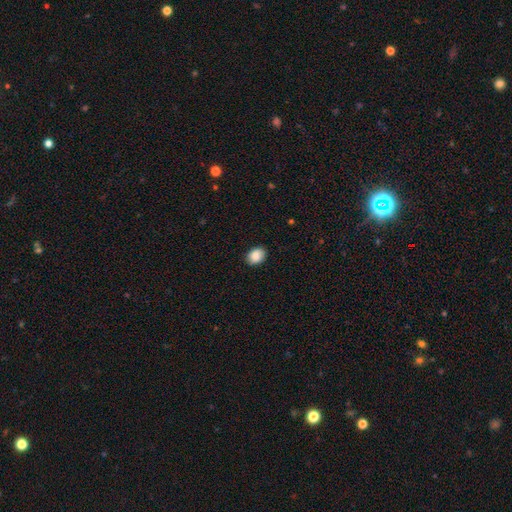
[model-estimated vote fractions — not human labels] smooth 88%, star or artifact 7%, featured or disk 5%. Down the decision tree: how rounded — in between (72%); merging — none (88%).